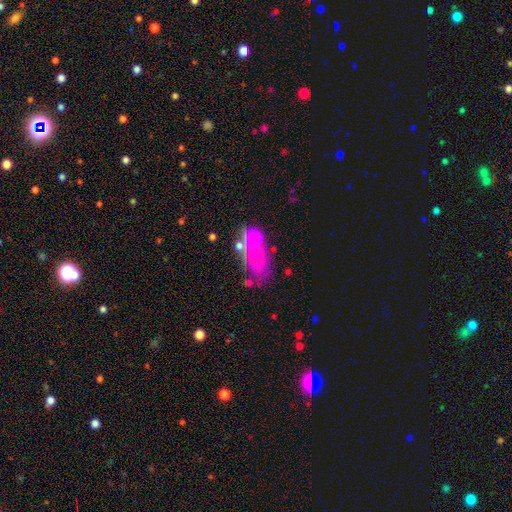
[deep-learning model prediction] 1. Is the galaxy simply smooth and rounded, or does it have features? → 44% smooth, 35% featured or disk, 22% star or artifact.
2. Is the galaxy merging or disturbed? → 45% none, 21% minor disturbance, 17% merger, 17% major disturbance.